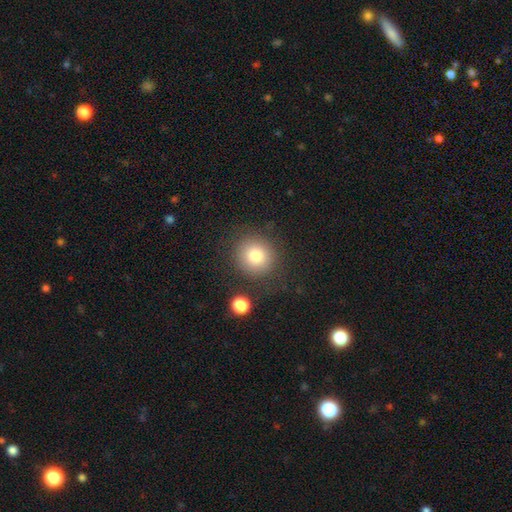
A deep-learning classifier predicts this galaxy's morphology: smooth-or-featured: smooth: 82% | star or artifact: 10% | featured or disk: 8%
  how-rounded: round: 88% | in between: 11% | cigar-shaped: 1%
  merging: none: 81% | minor disturbance: 10% | major disturbance: 5% | merger: 5%